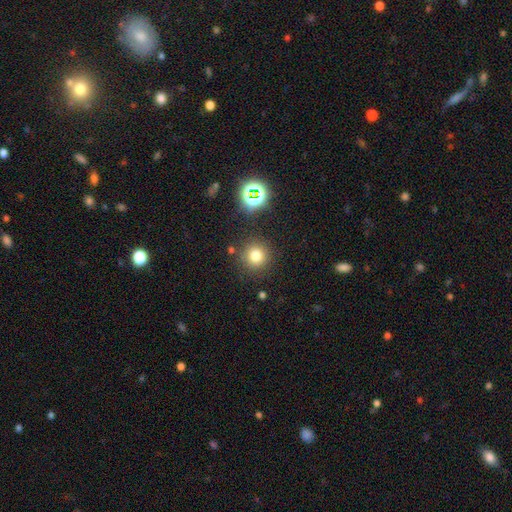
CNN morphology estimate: This appears to be a smooth galaxy with no disk features (74%) that is round (94%). Merging: none (85%).